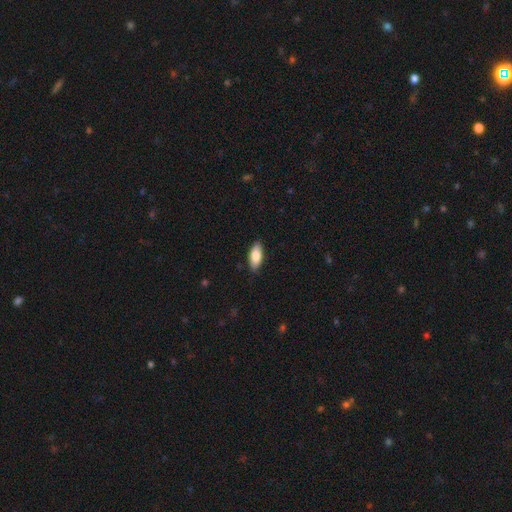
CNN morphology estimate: Smooth or featured?
  - smooth: 83% *
  - featured or disk: 12%
  - star or artifact: 6%
How rounded?
  - in between: 85% *
  - cigar-shaped: 13%
  - round: 2%
Merging?
  - none: 87% *
  - minor disturbance: 10%
  - major disturbance: 2%
  - merger: 1%